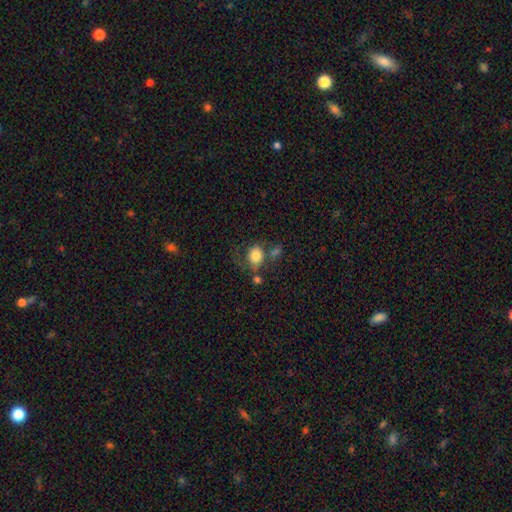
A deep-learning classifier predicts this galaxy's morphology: This is likely a smooth galaxy (76%). How rounded: possibly round (52%). Merging: marginally none (42%).